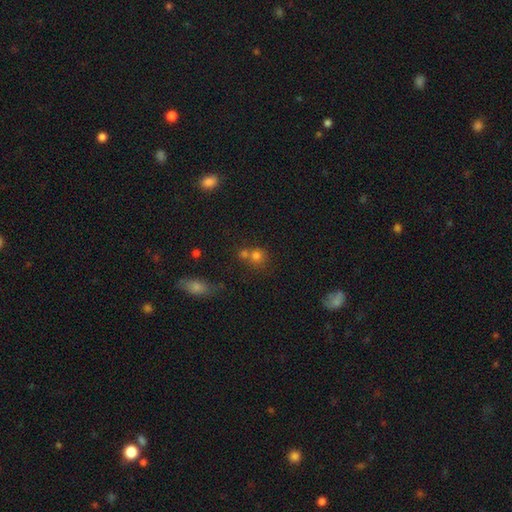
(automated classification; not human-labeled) Q: Smooth or featured?
A: smooth (72%); runner-up: star or artifact (18%)
Q: How rounded?
A: round (84%); runner-up: in between (15%)
Q: Merging?
A: none (50%); runner-up: merger (36%)